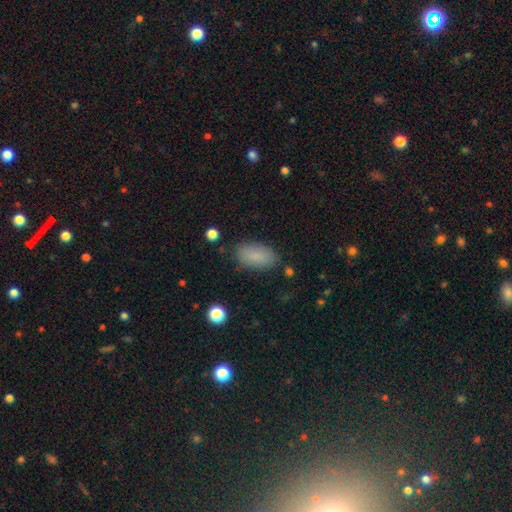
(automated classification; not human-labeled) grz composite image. It shows a smooth galaxy with no disk features (86%) that is in between round and cigar-shaped (93%). Merging: none (84%).